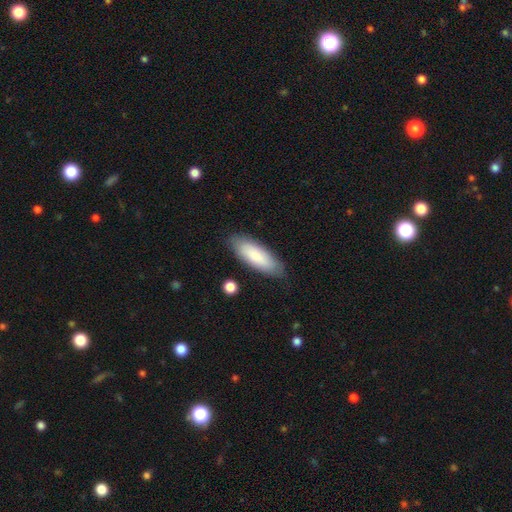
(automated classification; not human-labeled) Smooth or featured? Predicted: smooth (p=0.81). How rounded? Predicted: in between (p=0.63). Merging? Predicted: none (p=0.83).